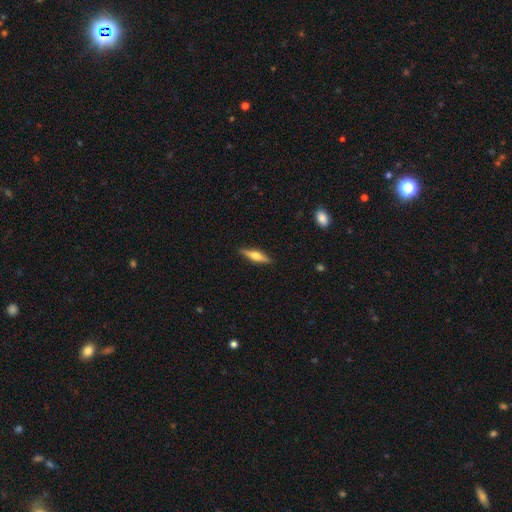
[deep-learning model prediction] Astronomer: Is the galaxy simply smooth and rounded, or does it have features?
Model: featured or disk — 55% (runner-up: smooth, 40%).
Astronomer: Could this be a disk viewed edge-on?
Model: yes — 95%.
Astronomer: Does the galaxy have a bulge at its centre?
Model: rounded — 92%.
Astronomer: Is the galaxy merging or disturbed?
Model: none — 90%.